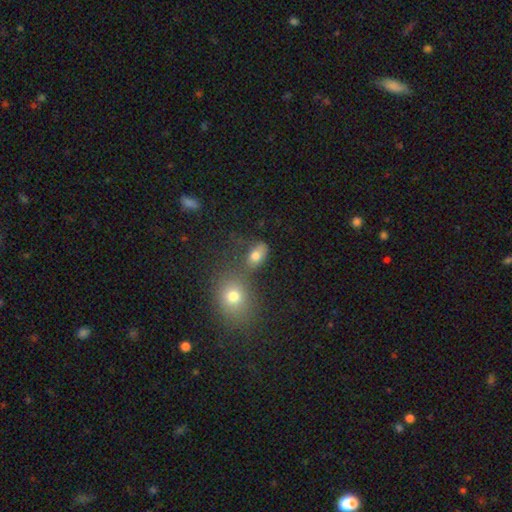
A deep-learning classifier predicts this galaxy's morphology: Q: Smooth or featured?
A: smooth (73%); runner-up: star or artifact (15%)
Q: How rounded?
A: in between (76%); runner-up: round (21%)
Q: Merging?
A: none (52%); runner-up: merger (23%)